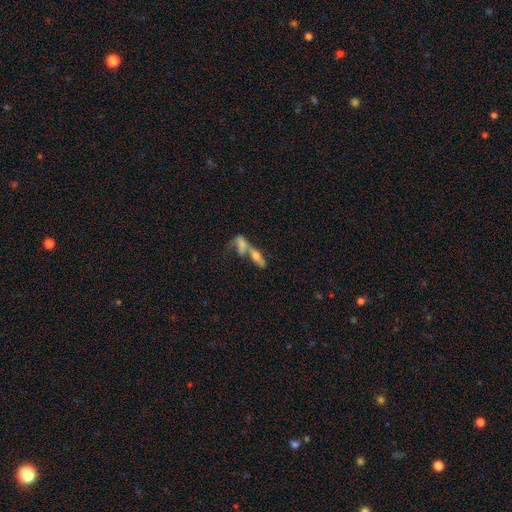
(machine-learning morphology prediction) type=smooth (47%); merging=merger (42%).